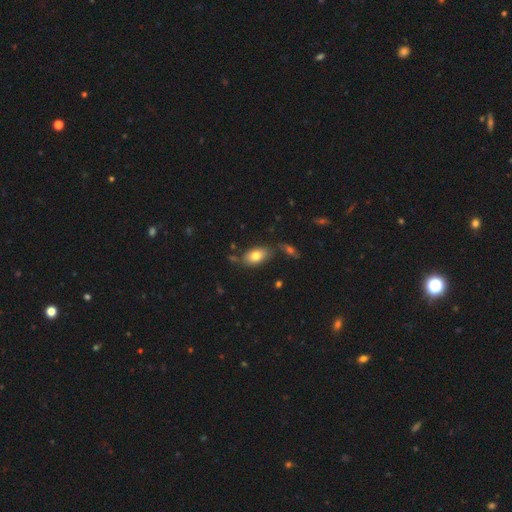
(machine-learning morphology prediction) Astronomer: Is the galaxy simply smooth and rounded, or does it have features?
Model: smooth — 79%.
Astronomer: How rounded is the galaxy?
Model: in between — 91%.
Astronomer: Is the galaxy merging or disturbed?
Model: none — 71%.